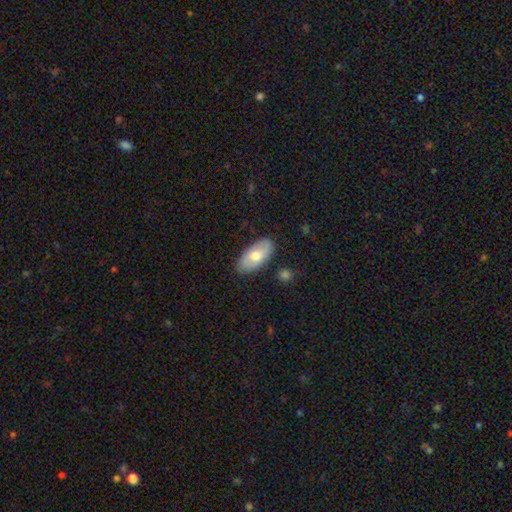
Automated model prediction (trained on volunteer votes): smooth-or-featured: smooth: 68% | featured or disk: 26% | star or artifact: 5%
  how-rounded: in between: 93% | cigar-shaped: 5% | round: 3%
  merging: none: 83% | minor disturbance: 13% | major disturbance: 3% | merger: 2%